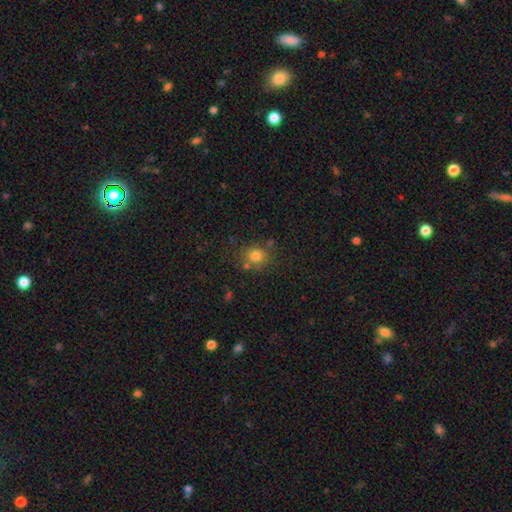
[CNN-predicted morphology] Q: Smooth or featured?
A: smooth (78%); runner-up: star or artifact (14%)
Q: How rounded?
A: round (79%); runner-up: in between (20%)
Q: Merging?
A: none (70%); runner-up: minor disturbance (14%)